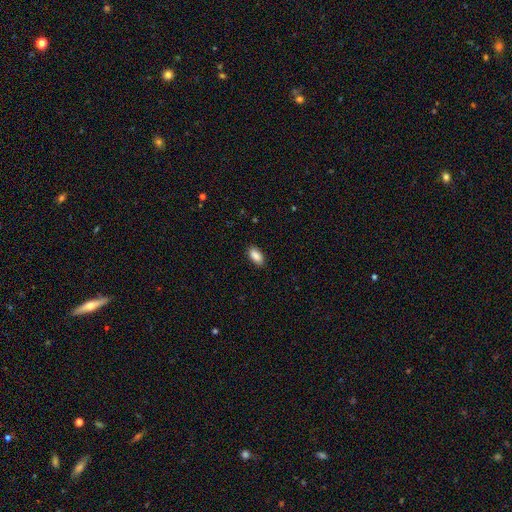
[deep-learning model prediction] Smooth or featured: smooth — 89% (star or artifact — 7%)
How rounded: in between — 92% (cigar-shaped — 5%)
Merging: none — 86% (minor disturbance — 11%)